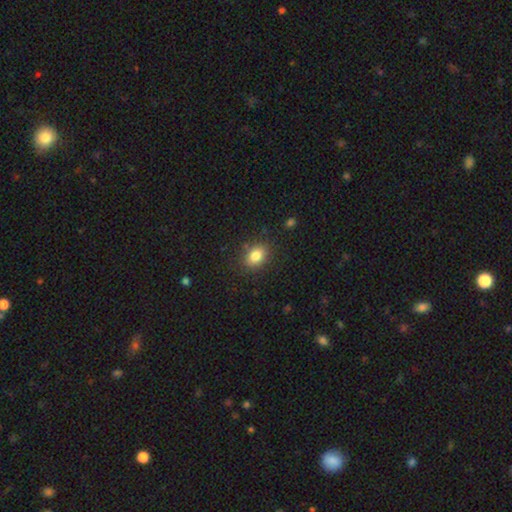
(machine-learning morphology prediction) A smooth galaxy with no disk features (84%) that is in between round and cigar-shaped (66%). Merging: none (84%).